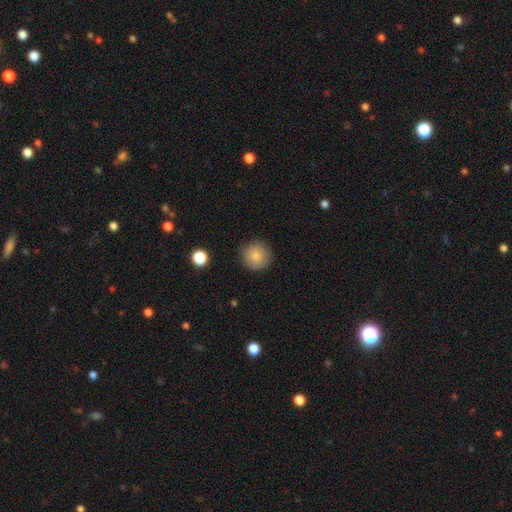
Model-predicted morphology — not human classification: smooth-or-featured: smooth: 85% | star or artifact: 8% | featured or disk: 7%
  how-rounded: round: 95% | in between: 5% | cigar-shaped: 1%
  merging: none: 87% | minor disturbance: 9% | major disturbance: 2% | merger: 1%